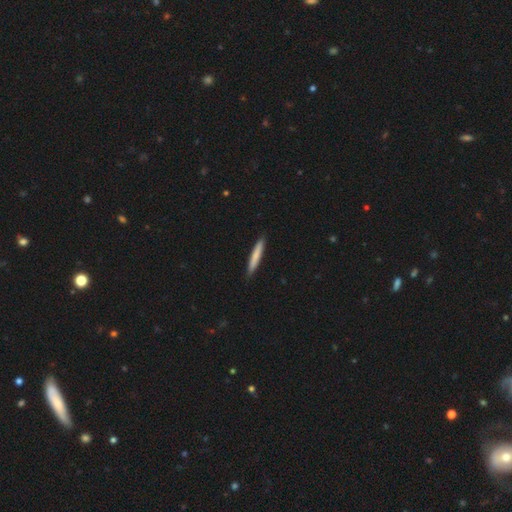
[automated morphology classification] smooth 76%, featured or disk 19%, star or artifact 5%. Down the decision tree: how rounded — cigar-shaped (95%); merging — none (90%).